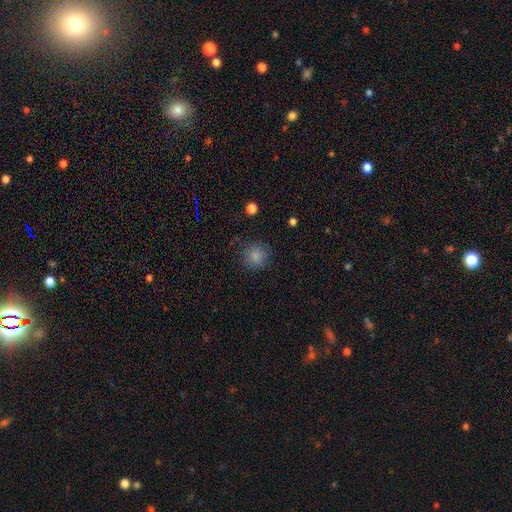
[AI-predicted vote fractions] smooth 84%, star or artifact 11%, featured or disk 5%. Down the decision tree: how rounded — round (90%); merging — none (81%).